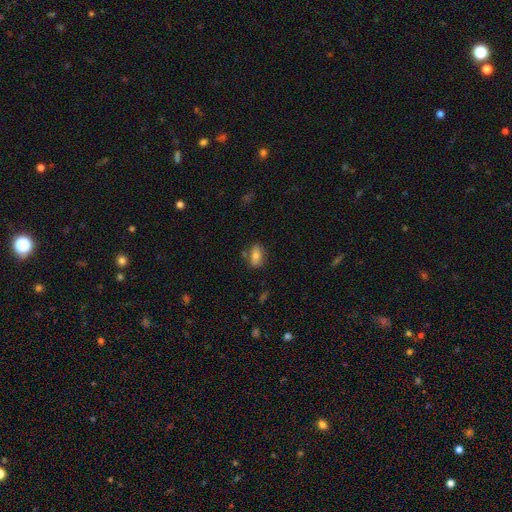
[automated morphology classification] smooth-or-featured: smooth: 79% | featured or disk: 13% | star or artifact: 9%
  how-rounded: in between: 87% | round: 9% | cigar-shaped: 4%
  merging: none: 74% | minor disturbance: 15% | merger: 7% | major disturbance: 3%